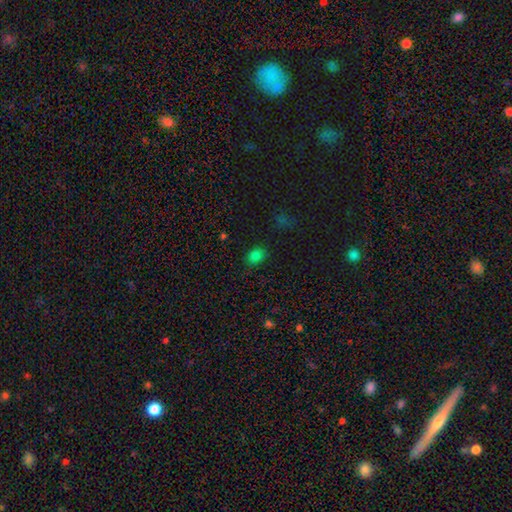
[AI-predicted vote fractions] A smooth galaxy with no disk features (79%) that is in between round and cigar-shaped (62%). Merging: none (83%).